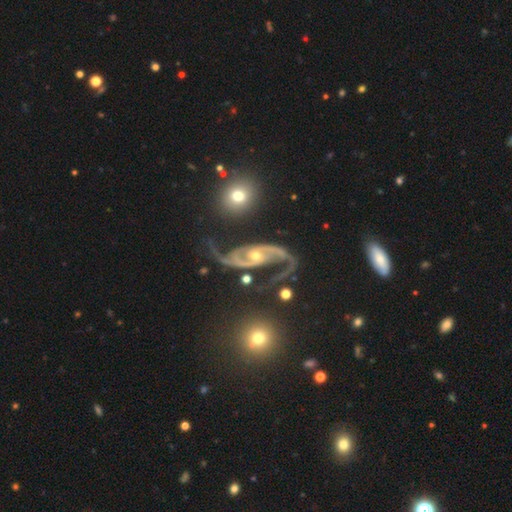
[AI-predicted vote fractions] The model was most divided on "spiral winding": loose: 46%, medium: 40%, tight: 14%. Remaining: spiral arms — yes (96%); edge-on disk — no (95%); spiral arm count — 2 (88%); smooth or featured — featured or disk (87%); merging — none (57%); bulge size — small (53%); bar — no (47%).